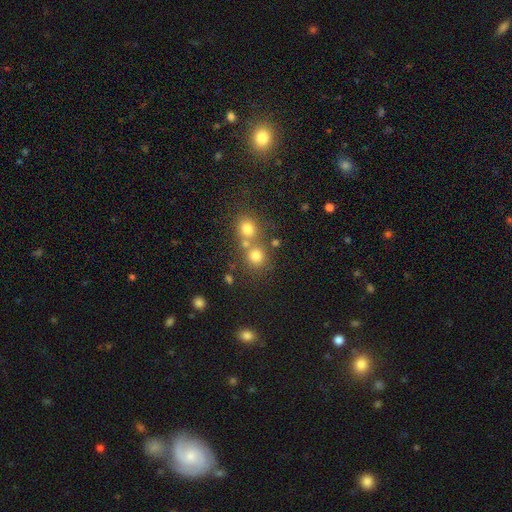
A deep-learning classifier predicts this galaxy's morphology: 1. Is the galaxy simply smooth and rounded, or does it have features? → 75% smooth, 16% star or artifact, 9% featured or disk.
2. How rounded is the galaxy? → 86% round, 13% in between, 1% cigar-shaped.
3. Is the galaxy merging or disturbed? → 54% none, 35% merger, 7% minor disturbance, 4% major disturbance.